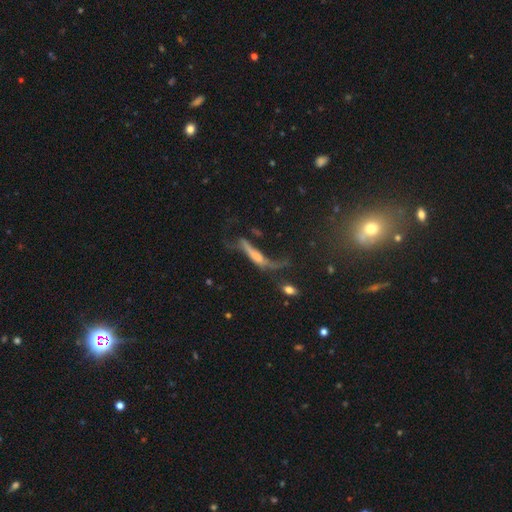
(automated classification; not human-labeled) smooth_or_featured: featured or disk (p=0.45) [alt: smooth p=0.41]
merging: major disturbance (p=0.44) [alt: none p=0.26]